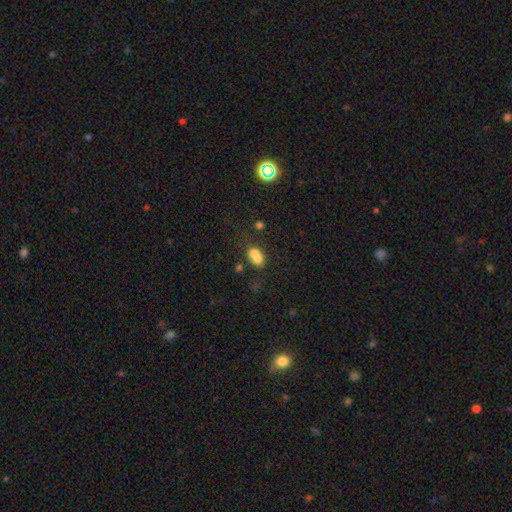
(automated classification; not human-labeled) smooth_or_featured: smooth (p=0.74) [alt: star or artifact p=0.13]
how_rounded: in between (p=0.78) [alt: round p=0.18]
merging: merger (p=0.40) [alt: none p=0.34]